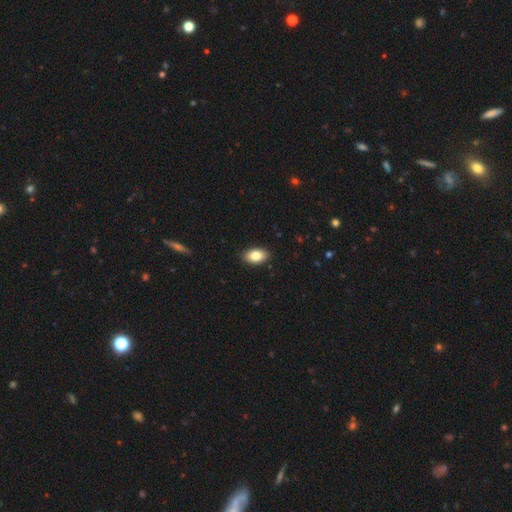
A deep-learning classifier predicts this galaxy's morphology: Overall: smooth (83%). How rounded: in between (92%). Merging: none (89%).